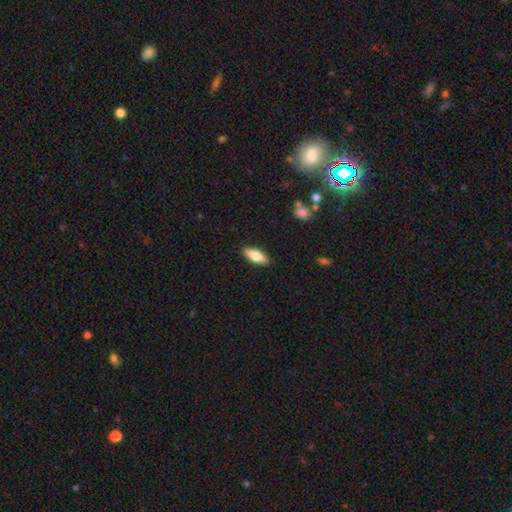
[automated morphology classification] This appears to be a smooth galaxy with no disk features (74%) that is in between round and cigar-shaped (74%). Merging: none (89%).